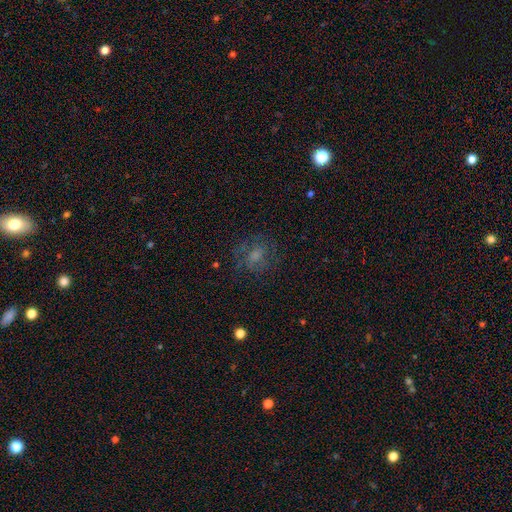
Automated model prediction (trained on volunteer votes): This is marginally a smooth galaxy (43%). Merging: likely none (66%).